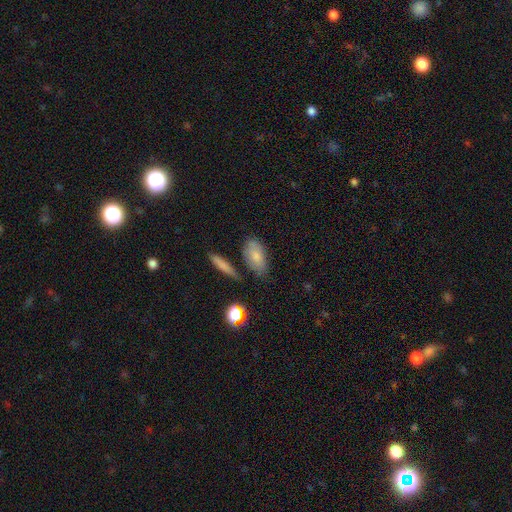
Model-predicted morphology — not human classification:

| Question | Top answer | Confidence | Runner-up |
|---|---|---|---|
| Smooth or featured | smooth | 78% | featured or disk (14%) |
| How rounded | in between | 87% | cigar-shaped (7%) |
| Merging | none | 72% | minor disturbance (17%) |